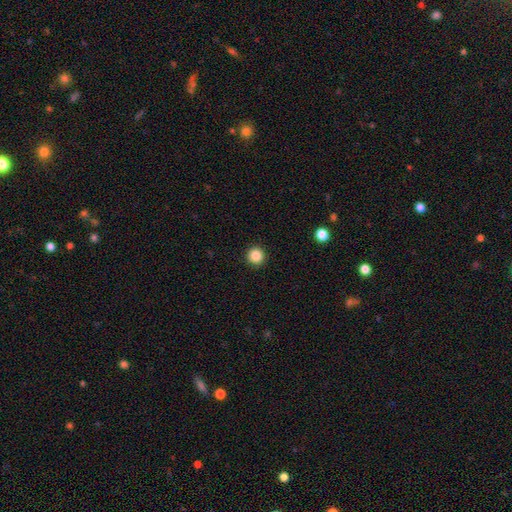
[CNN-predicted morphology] Smooth or featured? Predicted: smooth (p=0.87). How rounded? Predicted: round (p=0.95). Merging? Predicted: none (p=0.93).